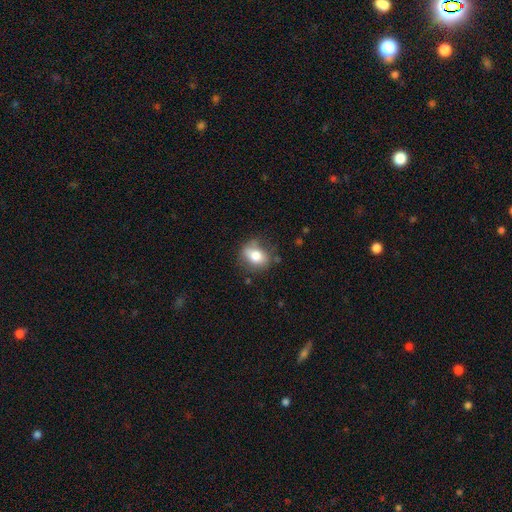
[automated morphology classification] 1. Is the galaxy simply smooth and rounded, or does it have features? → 74% smooth, 18% featured or disk, 8% star or artifact.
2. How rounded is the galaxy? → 63% in between, 35% round, 2% cigar-shaped.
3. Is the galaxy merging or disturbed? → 63% none, 25% minor disturbance, 8% major disturbance, 4% merger.